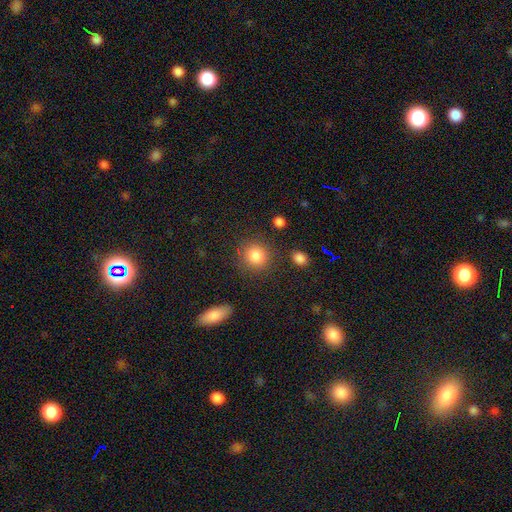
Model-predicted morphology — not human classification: Overall: smooth (85%). How rounded: round (88%). Merging: none (84%).